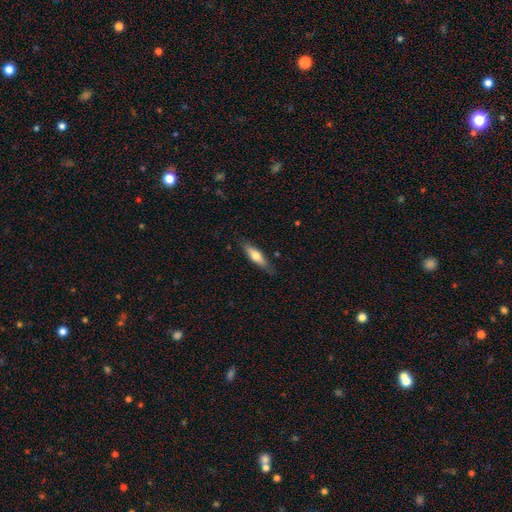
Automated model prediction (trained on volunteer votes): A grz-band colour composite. It shows a smooth galaxy with no disk features (61%) that is cigar-shaped (61%). Merging: none (80%).